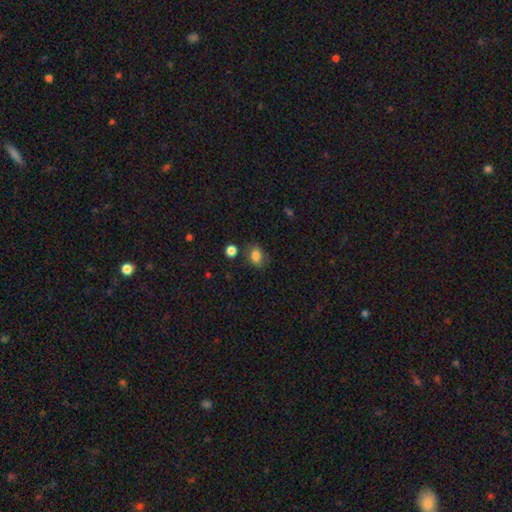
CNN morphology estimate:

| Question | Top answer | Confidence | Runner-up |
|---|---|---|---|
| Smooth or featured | smooth | 82% | star or artifact (10%) |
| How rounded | in between | 65% | round (33%) |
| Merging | none | 70% | minor disturbance (19%) |